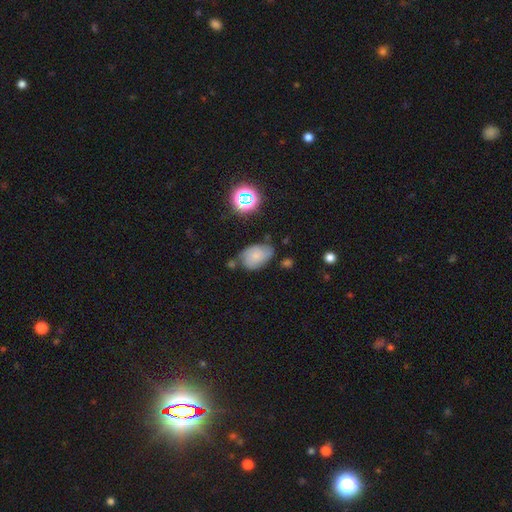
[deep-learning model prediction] A smooth galaxy with no disk features (66%) that is in between round and cigar-shaped (83%). Merging: none (55%).